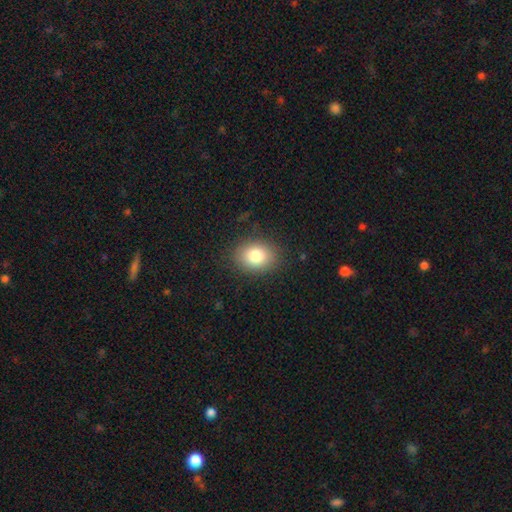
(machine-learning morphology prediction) A smooth galaxy with no disk features (83%) that is in between round and cigar-shaped (56%).

Vote fractions:
- Smooth or featured? smooth: 83% / star or artifact: 9% / featured or disk: 8%
- How rounded? in between: 56% / round: 43% / cigar-shaped: 1%
- Merging? none: 86% / minor disturbance: 10% / major disturbance: 3% / merger: 1%